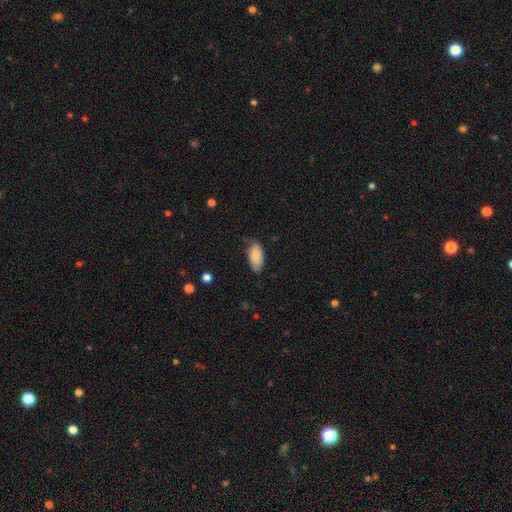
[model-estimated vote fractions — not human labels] This appears to be a smooth galaxy with no disk features (85%) that is in between round and cigar-shaped (91%). Merging: none (71%).